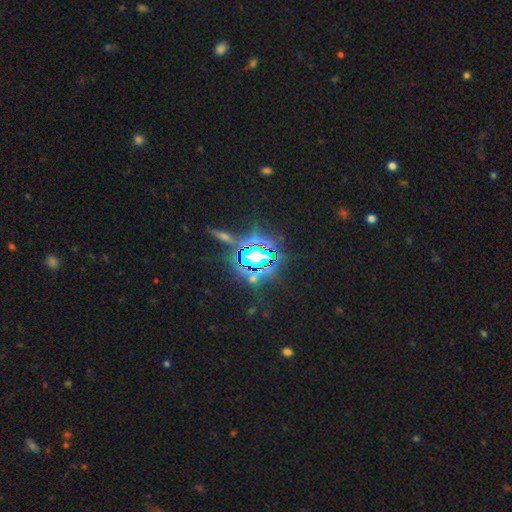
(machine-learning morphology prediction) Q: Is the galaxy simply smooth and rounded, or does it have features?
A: star or artifact — 82%.